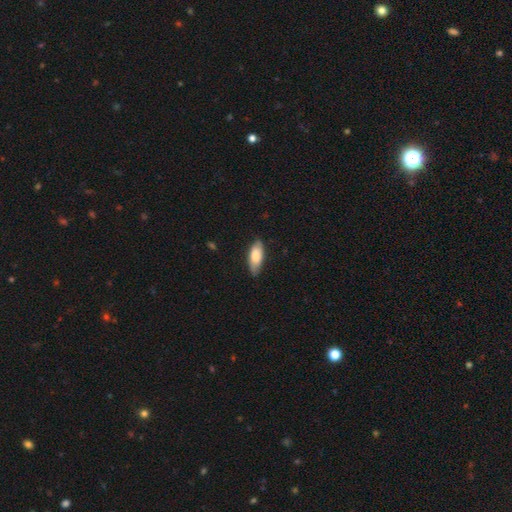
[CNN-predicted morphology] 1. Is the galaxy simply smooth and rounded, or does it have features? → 80% smooth, 15% featured or disk, 6% star or artifact.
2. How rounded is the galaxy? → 79% in between, 19% cigar-shaped, 2% round.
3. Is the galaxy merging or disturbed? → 74% none, 22% minor disturbance, 3% major disturbance, 1% merger.